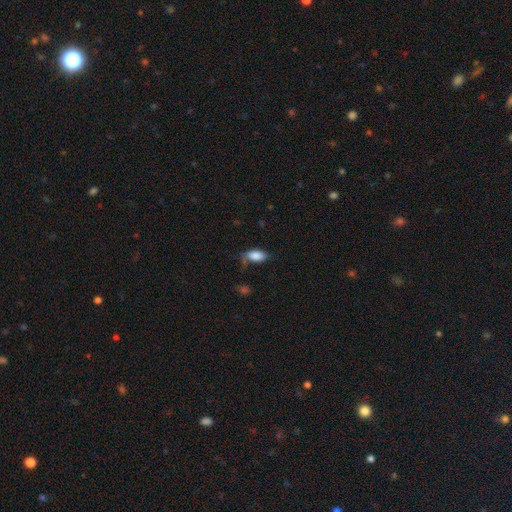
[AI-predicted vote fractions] smooth-or-featured: smooth: 84% | featured or disk: 9% | star or artifact: 7%
  how-rounded: in between: 92% | cigar-shaped: 5% | round: 4%
  merging: none: 53% | minor disturbance: 30% | major disturbance: 14% | merger: 4%